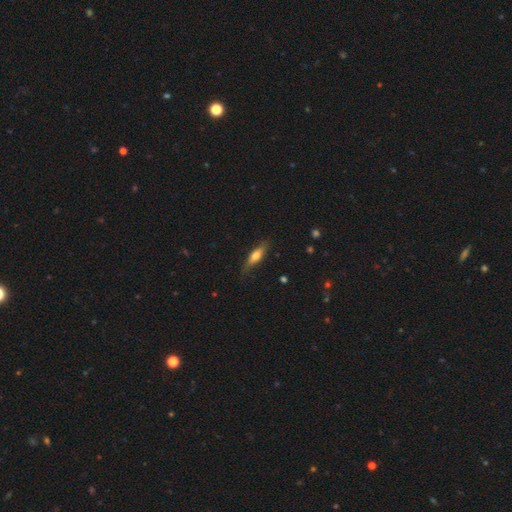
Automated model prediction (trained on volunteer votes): smooth-or-featured: smooth: 58% | featured or disk: 35% | star or artifact: 6%
  how-rounded: cigar-shaped: 59% | in between: 39% | round: 2%
  merging: none: 77% | minor disturbance: 18% | major disturbance: 4% | merger: 1%